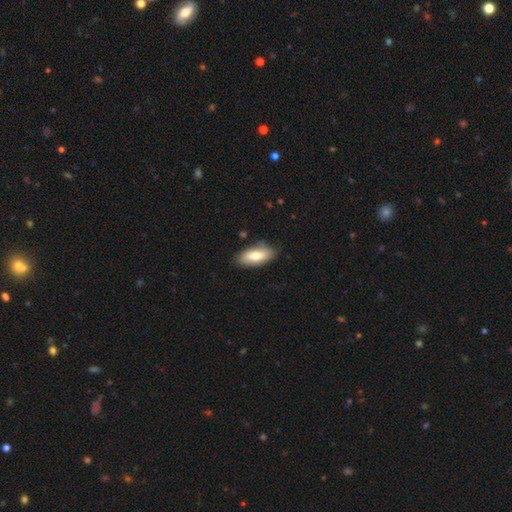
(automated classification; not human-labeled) Smooth or featured? Predicted: smooth (p=0.73). How rounded? Predicted: in between (p=0.86). Merging? Predicted: none (p=0.80).